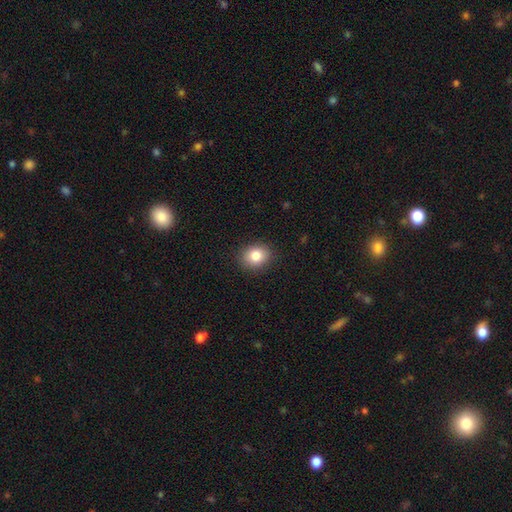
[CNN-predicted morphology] The model was most divided on "how rounded": round: 54%, in between: 45%, cigar-shaped: 1%. More confident: merging — none (89%); smooth or featured — smooth (83%).